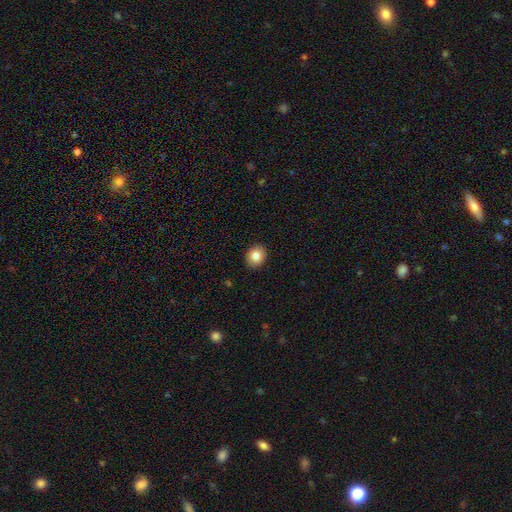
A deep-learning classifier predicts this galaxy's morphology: Smooth or featured: smooth — 84% (star or artifact — 9%)
How rounded: round — 66% (in between — 33%)
Merging: none — 91% (minor disturbance — 6%)